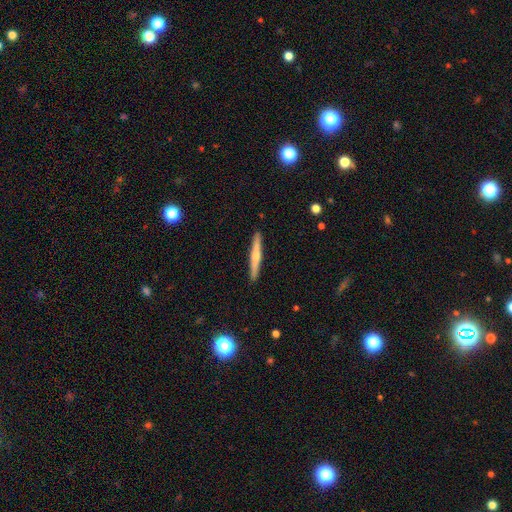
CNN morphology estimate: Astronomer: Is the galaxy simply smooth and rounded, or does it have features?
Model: featured or disk — 50% (runner-up: smooth, 44%).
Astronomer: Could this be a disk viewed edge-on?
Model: yes — 97%.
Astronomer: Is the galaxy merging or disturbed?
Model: none — 92%.